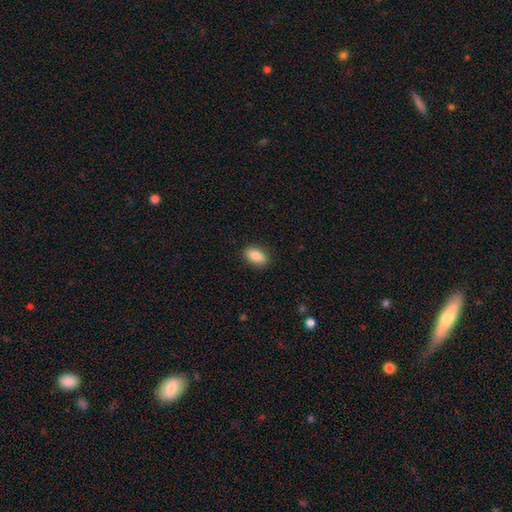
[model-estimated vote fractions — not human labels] A smooth galaxy with no disk features (87%) that is in between round and cigar-shaped (90%). Merging: none (88%).